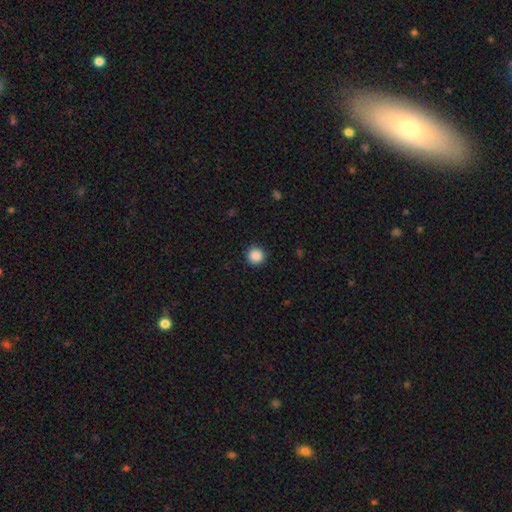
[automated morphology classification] Smooth or featured? smooth (88%)
How rounded? round (95%)
Merging? none (92%)